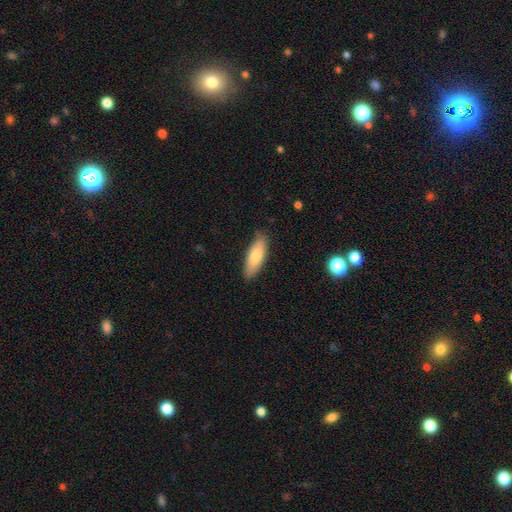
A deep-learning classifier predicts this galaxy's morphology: This is likely a smooth galaxy (79%). How rounded: likely in between (60%). Merging: clearly none (86%).